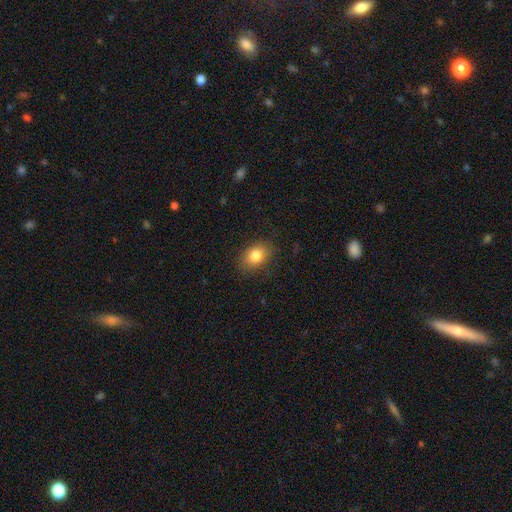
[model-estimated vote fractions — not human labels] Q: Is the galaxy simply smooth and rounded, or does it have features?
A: smooth — 82%.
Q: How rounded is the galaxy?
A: in between — 69%.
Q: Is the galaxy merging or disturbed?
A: none — 84%.